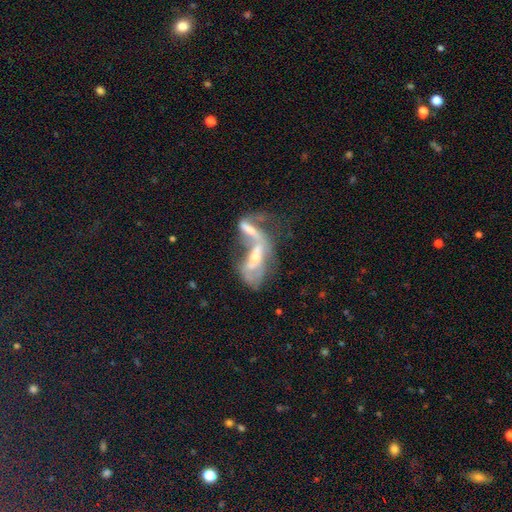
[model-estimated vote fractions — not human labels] A featured or disk galaxy (68%) with no bar (52%), spiral arms (52%) and a moderate central bulge (41%, tied with small).

Vote fractions:
- Smooth or featured? featured or disk: 68% / smooth: 23% / star or artifact: 9%
- Edge-on disk? no: 87% / yes: 13%
- Bar? no: 52% / weak: 28% / strong: 19%
- Spiral arms? yes: 52% / no: 48%
- Bulge size? moderate: 41% (tied) / small: 41% (tied) / none: 11% / large: 5% / dominant: 2%
- Merging? merger: 70% / major disturbance: 15% / none: 9% / minor disturbance: 6%